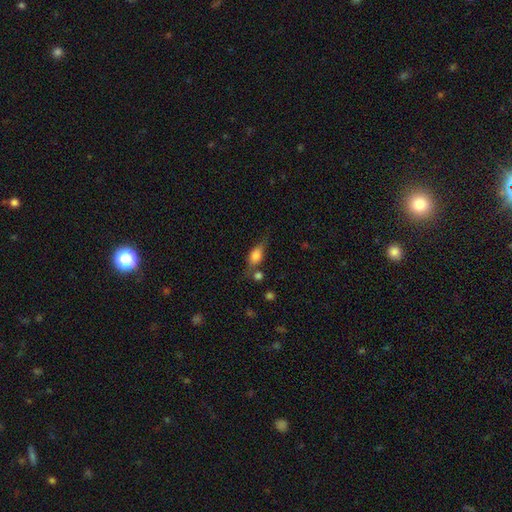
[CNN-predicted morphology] This is likely a smooth galaxy (67%). How rounded: likely in between (72%). Merging: possibly none (52%).